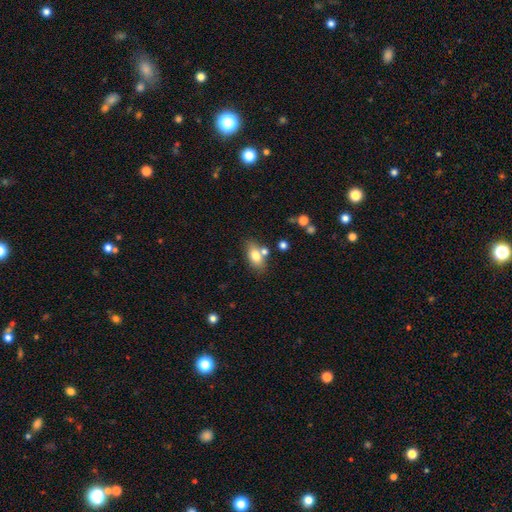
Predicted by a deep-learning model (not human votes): This is likely a smooth galaxy (76%). How rounded: clearly in between (86%). Merging: likely none (65%).